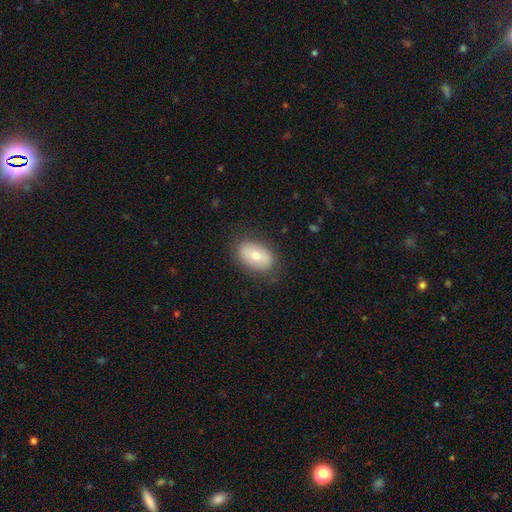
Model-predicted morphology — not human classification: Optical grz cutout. It shows a smooth galaxy with no disk features (66%) that is in between round and cigar-shaped (89%). Merging: none (82%).